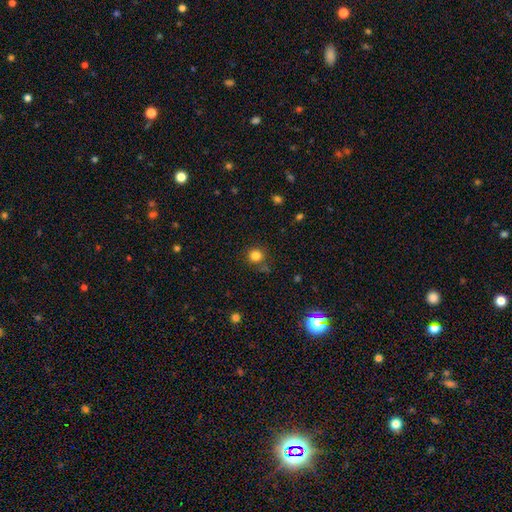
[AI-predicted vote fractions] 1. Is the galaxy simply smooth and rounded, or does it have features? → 82% smooth, 13% star or artifact, 5% featured or disk.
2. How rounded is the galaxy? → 93% round, 6% in between, 1% cigar-shaped.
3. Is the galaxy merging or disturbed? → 83% none, 10% minor disturbance, 4% merger, 3% major disturbance.